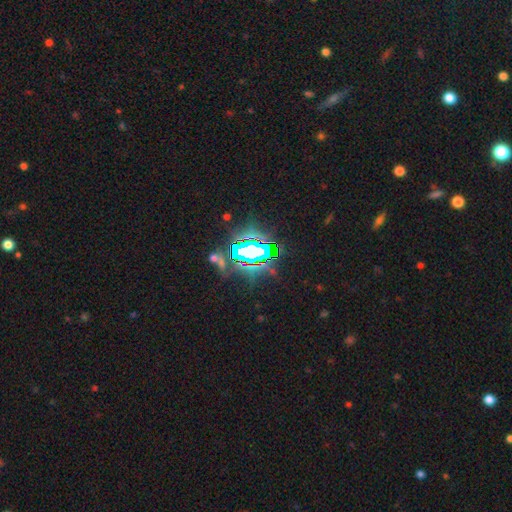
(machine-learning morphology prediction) Smooth or featured? star or artifact (72%)